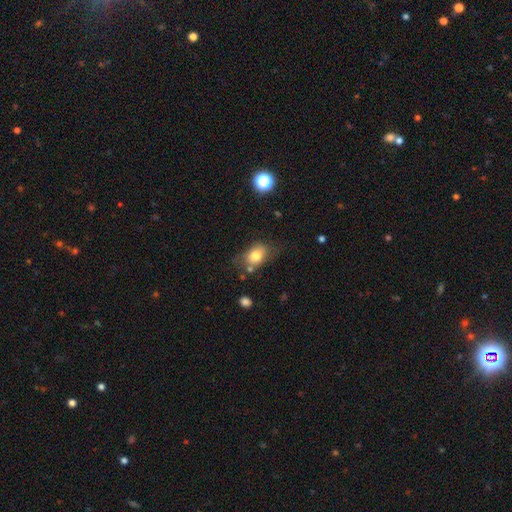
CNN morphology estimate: type=smooth (77%); roundness=in between (71%); merging=none (61%).